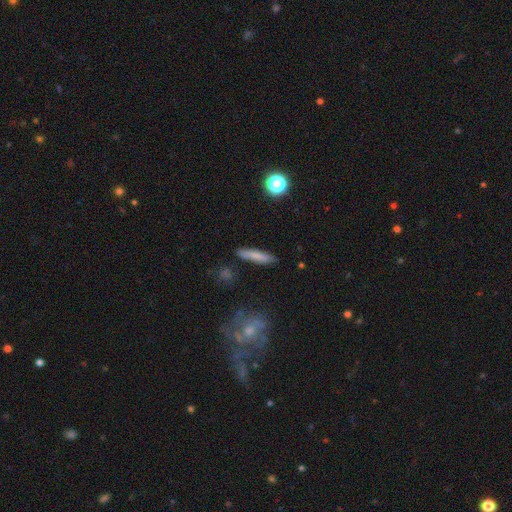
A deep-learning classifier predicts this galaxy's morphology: A smooth galaxy with no disk features (77%) that is cigar-shaped (86%).

Vote fractions:
- Smooth or featured? smooth: 77% / featured or disk: 16% / star or artifact: 8%
- How rounded? cigar-shaped: 86% / in between: 12% / round: 2%
- Merging? none: 86% / minor disturbance: 9% / major disturbance: 2% / merger: 2%